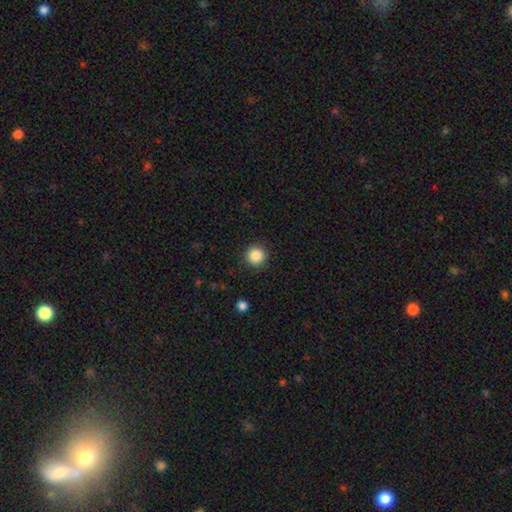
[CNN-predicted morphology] Smooth or featured? Predicted: smooth (p=0.86). How rounded? Predicted: round (p=0.95). Merging? Predicted: none (p=0.91).